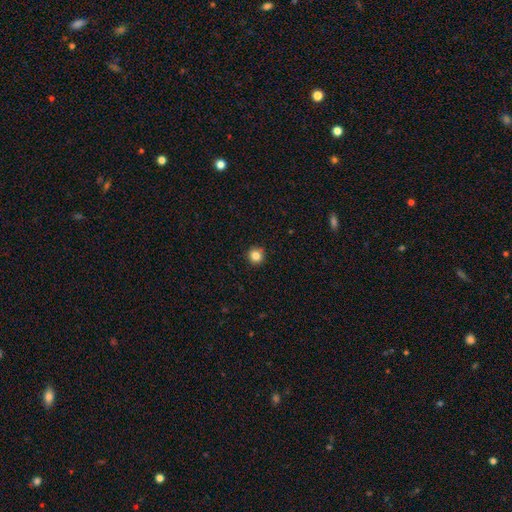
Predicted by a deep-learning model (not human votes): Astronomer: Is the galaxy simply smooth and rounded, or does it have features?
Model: smooth — 84%.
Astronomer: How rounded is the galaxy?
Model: round — 95%.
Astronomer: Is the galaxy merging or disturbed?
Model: none — 92%.